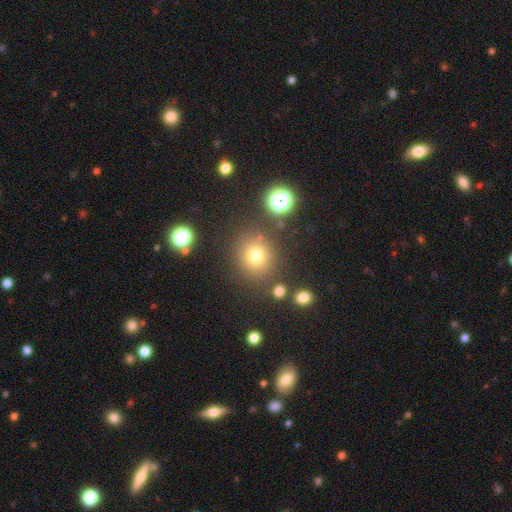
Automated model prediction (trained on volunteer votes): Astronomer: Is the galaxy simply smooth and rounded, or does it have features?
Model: smooth — 73%.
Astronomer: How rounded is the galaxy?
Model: round — 88%.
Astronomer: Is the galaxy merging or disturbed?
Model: none — 82%.